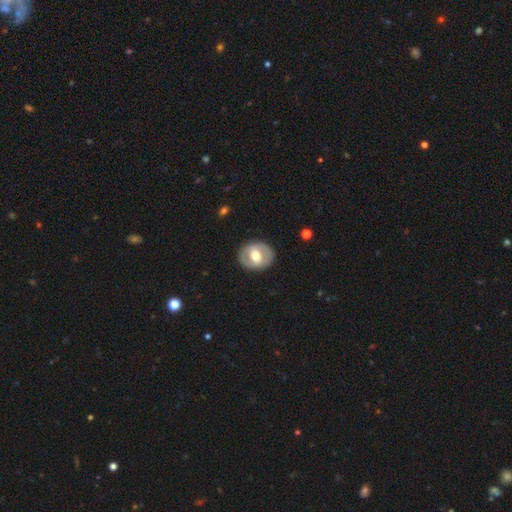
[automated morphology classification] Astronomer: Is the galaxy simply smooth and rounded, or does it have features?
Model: featured or disk — 60% (runner-up: smooth, 35%).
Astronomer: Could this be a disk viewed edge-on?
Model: no — 95%.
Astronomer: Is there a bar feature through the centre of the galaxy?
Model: weak — 42% (runner-up: strong, 34%).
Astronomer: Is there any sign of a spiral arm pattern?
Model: no — 53% (runner-up: yes, 47%).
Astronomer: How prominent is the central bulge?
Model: moderate — 72%.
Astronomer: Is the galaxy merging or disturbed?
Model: none — 86%.